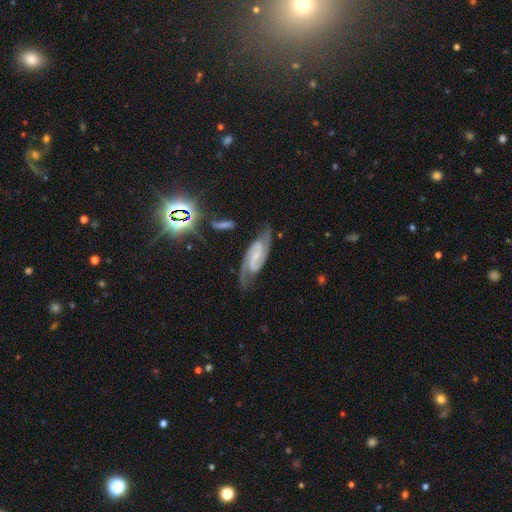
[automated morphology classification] featured or disk 88%, star or artifact 6%, smooth 6%. Down the decision tree: edge-on disk — no (96%); bar — weak (46%); spiral arms — yes (98%); spiral arm count — 2 (92%); spiral winding — medium (54%); bulge size — small (53%); merging — none (77%).